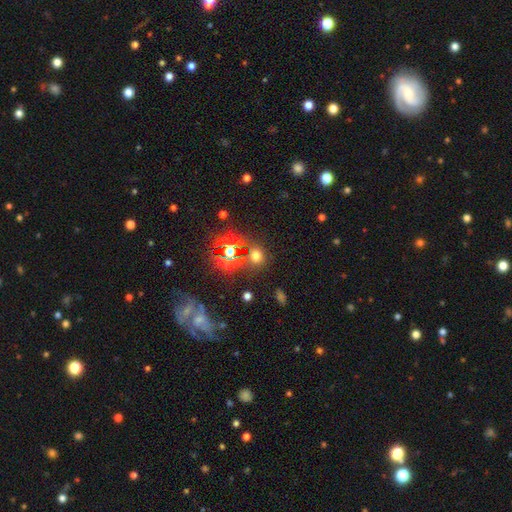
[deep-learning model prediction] Smooth or featured? Predicted: smooth (p=0.51). How rounded? Predicted: round (p=0.75). Merging? Predicted: none (p=0.79).